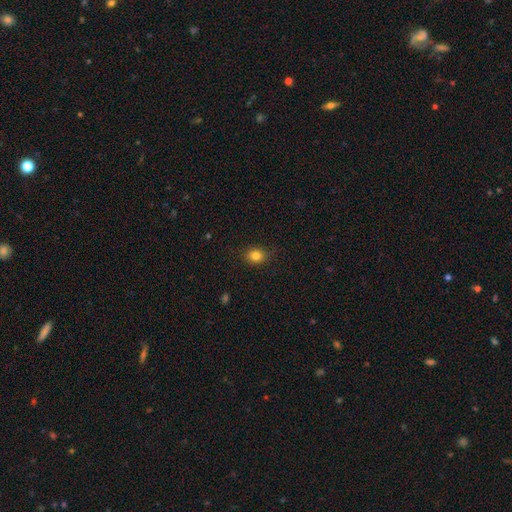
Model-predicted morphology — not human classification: Q: Smooth or featured?
A: smooth (82%); runner-up: star or artifact (12%)
Q: How rounded?
A: round (66%); runner-up: in between (33%)
Q: Merging?
A: none (85%); runner-up: minor disturbance (12%)